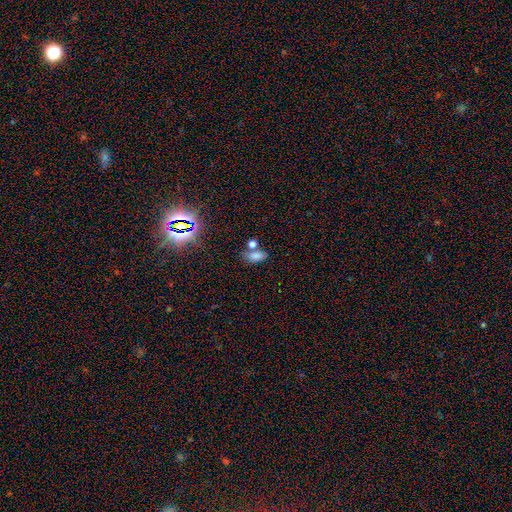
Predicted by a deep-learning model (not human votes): Morphology: type=smooth (75%); roundness=in between (87%); merging=none (53%).